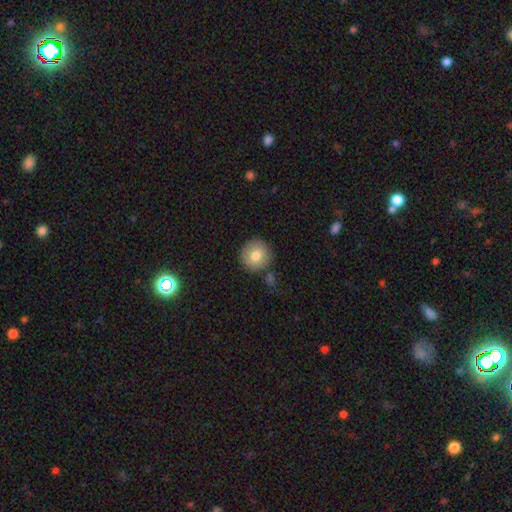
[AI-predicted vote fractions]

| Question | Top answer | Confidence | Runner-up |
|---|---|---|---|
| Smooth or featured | smooth | 80% | featured or disk (12%) |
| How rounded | round | 94% | in between (5%) |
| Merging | none | 82% | minor disturbance (10%) |